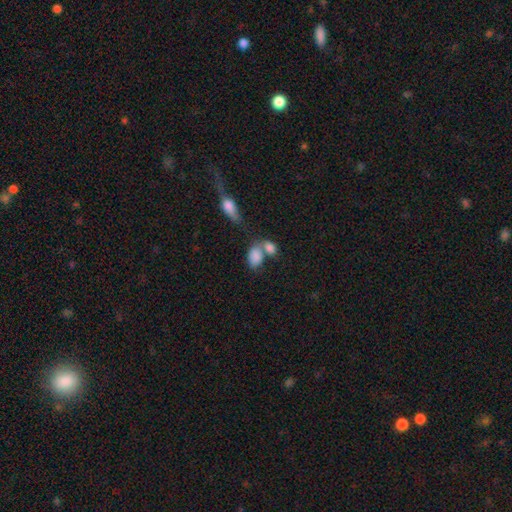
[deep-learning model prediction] smooth_or_featured: smooth (p=0.82) [alt: featured or disk p=0.10]
how_rounded: in between (p=0.85) [alt: round p=0.13]
merging: merger (p=0.52) [alt: none p=0.29]